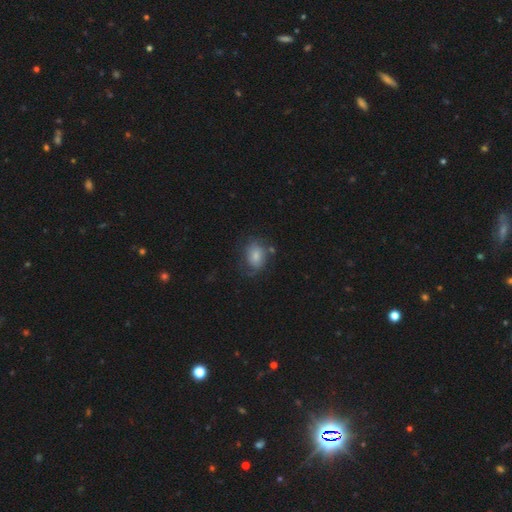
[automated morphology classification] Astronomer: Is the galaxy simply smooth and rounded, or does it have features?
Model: smooth — 69%.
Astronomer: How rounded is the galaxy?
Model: in between — 70%.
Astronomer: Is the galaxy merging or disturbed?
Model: none — 55%.